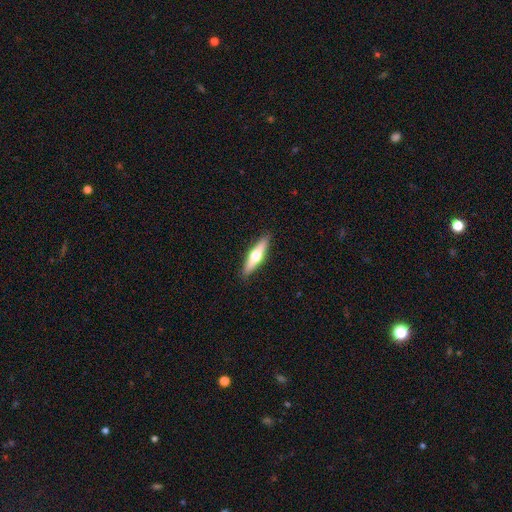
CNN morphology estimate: This is possibly a featured or disk galaxy (56%). It is clearly viewed edge-on (95%). Edge-on bulge: clearly rounded (94%). Merging: clearly none (91%).